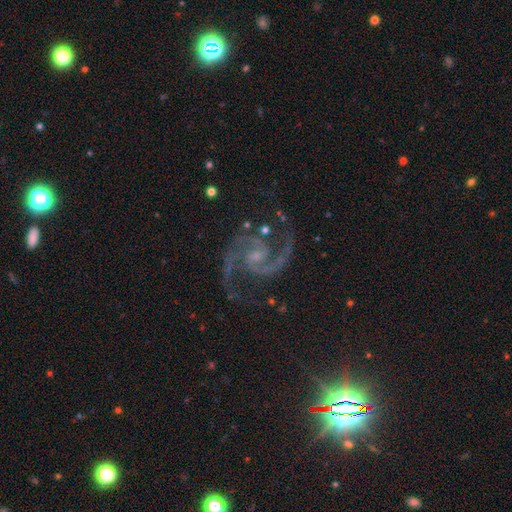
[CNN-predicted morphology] type=featured or disk (93%); edge-on=no (98%); bar=no (50%); spiral arms=yes (99%); winding=medium (68%); arm count=2 (93%); bulge=small (58%); merging=none (75%).